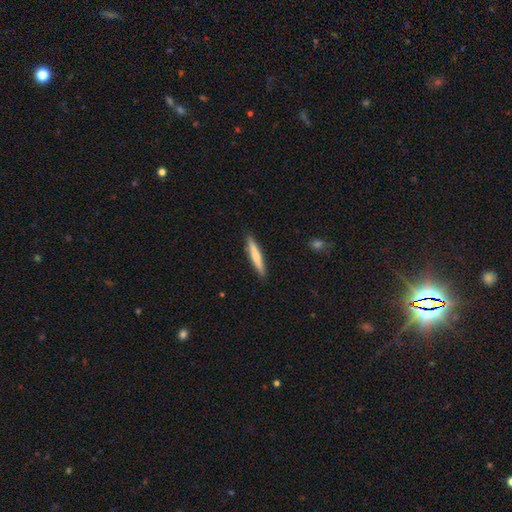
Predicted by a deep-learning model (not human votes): This appears to be a smooth galaxy with no disk features (66%) that is cigar-shaped (94%). Merging: none (91%).